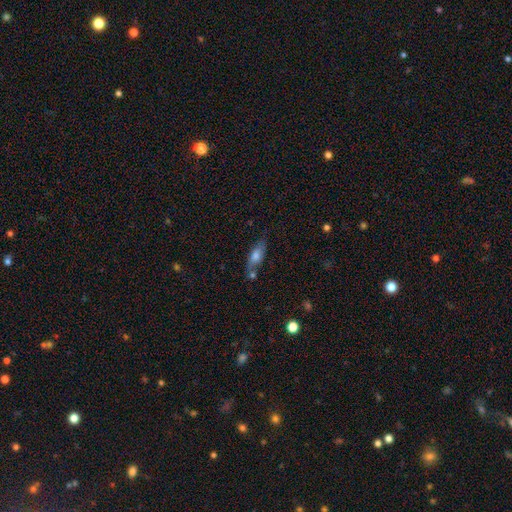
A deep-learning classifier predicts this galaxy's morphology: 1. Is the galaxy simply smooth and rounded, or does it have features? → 63% smooth, 28% featured or disk, 8% star or artifact.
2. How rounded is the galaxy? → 65% in between, 31% cigar-shaped, 4% round.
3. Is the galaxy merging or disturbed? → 56% none, 21% minor disturbance, 16% merger, 7% major disturbance.